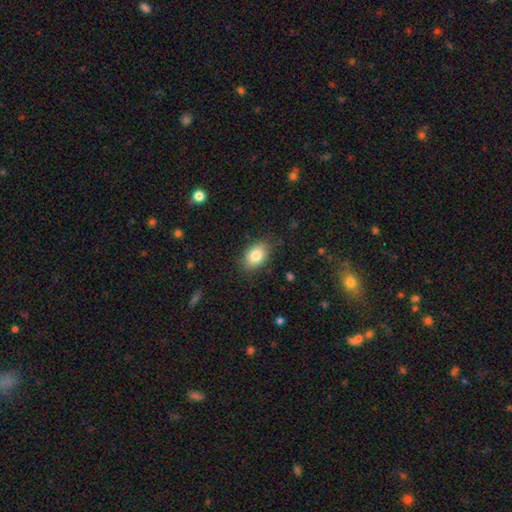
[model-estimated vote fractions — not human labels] Smooth or featured? Predicted: smooth (p=0.83). How rounded? Predicted: in between (p=0.87). Merging? Predicted: none (p=0.84).